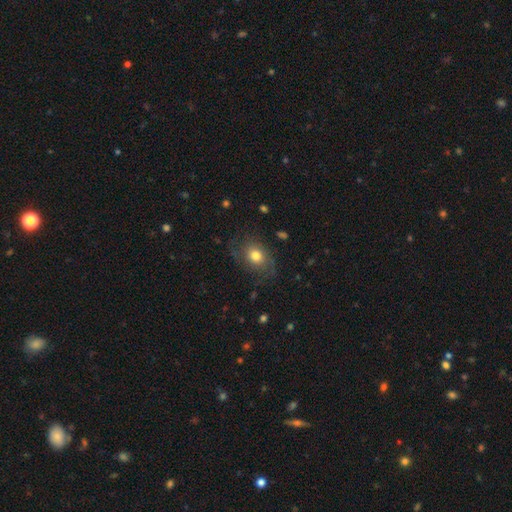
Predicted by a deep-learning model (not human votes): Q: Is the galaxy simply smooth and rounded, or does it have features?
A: smooth — 55%.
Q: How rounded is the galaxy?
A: round — 49%, tied with in between.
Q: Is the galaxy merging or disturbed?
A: none — 67%.